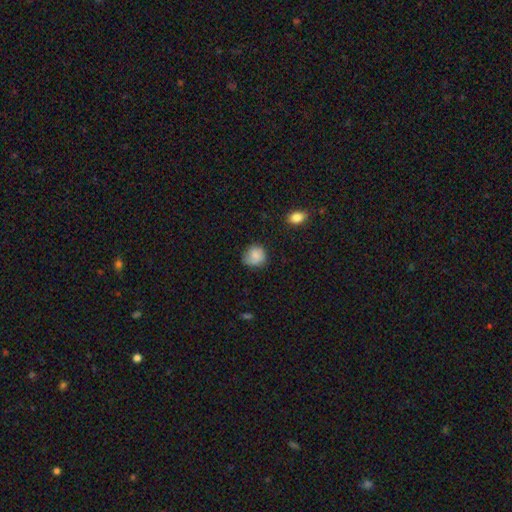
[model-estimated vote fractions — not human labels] smooth-or-featured: smooth: 79% | featured or disk: 12% | star or artifact: 9%
  how-rounded: round: 76% | in between: 23% | cigar-shaped: 1%
  merging: none: 65% | minor disturbance: 26% | major disturbance: 7% | merger: 2%